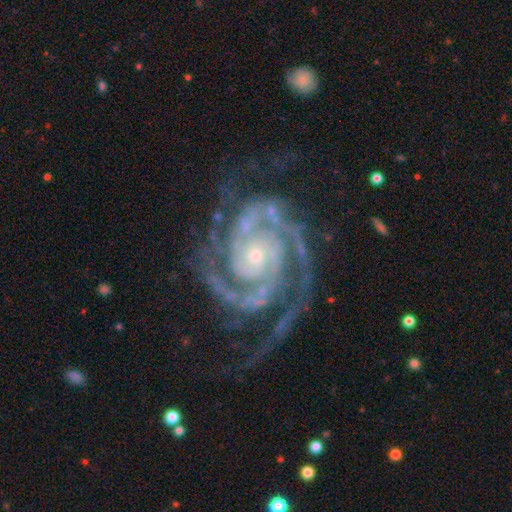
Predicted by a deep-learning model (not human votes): The model was most divided on "spiral arm count": 2: 59%, 3: 21%, 4: 6%, can't tell: 6%, more than 4: 4%, 1: 4%. More confident: spiral arms — yes (99%); edge-on disk — no (98%); smooth or featured — featured or disk (94%); spiral winding — tight (71%); bar — no (69%); merging — none (69%); bulge size — small (67%).